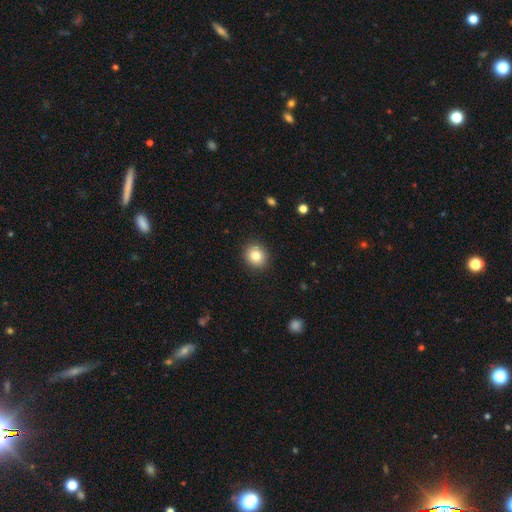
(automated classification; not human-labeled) smooth 82%, star or artifact 10%, featured or disk 8%. Down the decision tree: how rounded — round (80%); merging — none (91%).